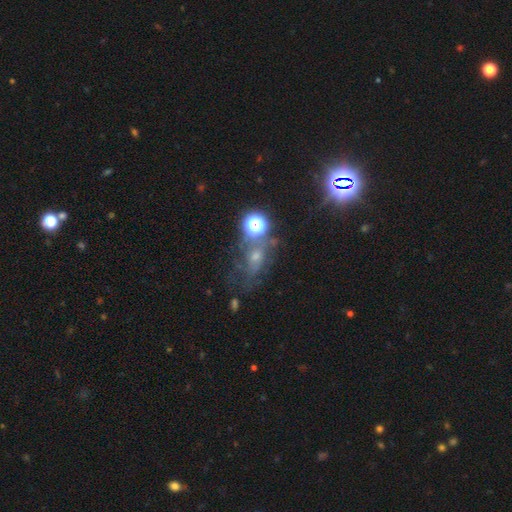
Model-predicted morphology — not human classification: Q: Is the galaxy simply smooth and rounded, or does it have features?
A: smooth — 35%.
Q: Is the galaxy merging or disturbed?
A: none — 45%.